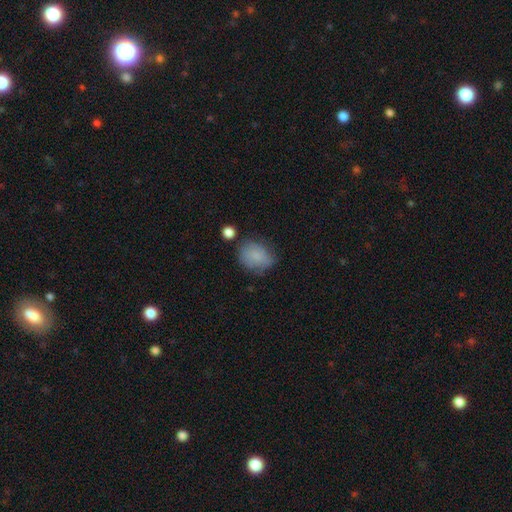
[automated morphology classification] The model was most divided on "how rounded": in between: 50%, round: 49%, cigar-shaped: 1%. More confident: smooth or featured — smooth (81%); merging — none (58%).